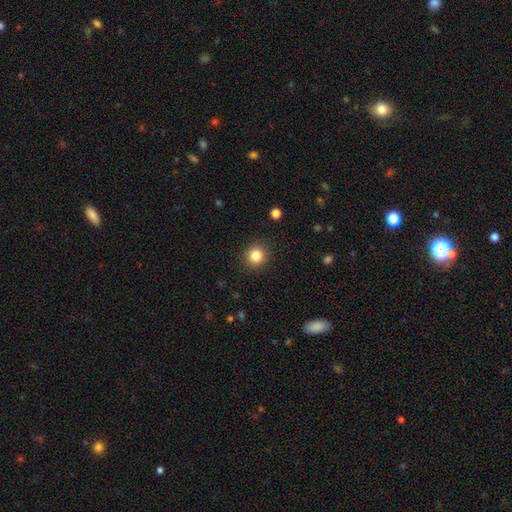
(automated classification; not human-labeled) The model was most divided on "smooth or featured": smooth: 84%, star or artifact: 11%, featured or disk: 5%. More confident: merging — none (90%); how rounded — round (89%).